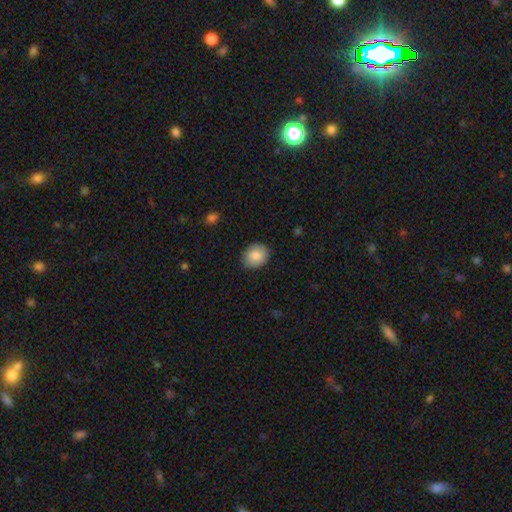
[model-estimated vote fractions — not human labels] Smooth or featured: smooth — 85% (featured or disk — 8%)
How rounded: round — 60% (in between — 39%)
Merging: none — 85% (minor disturbance — 12%)